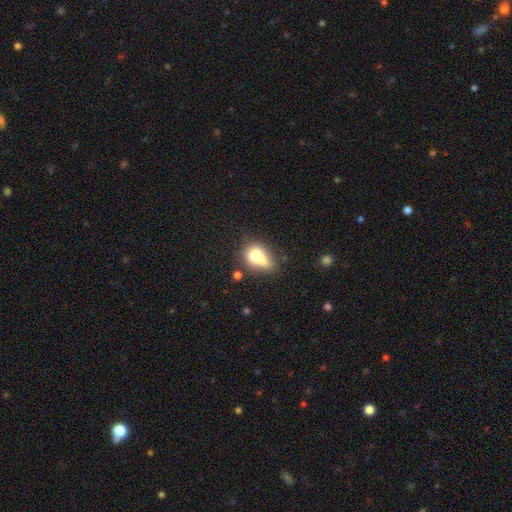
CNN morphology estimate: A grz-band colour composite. It shows a smooth galaxy with no disk features (68%) that is in between round and cigar-shaped (52%). Merging: merger (42%).